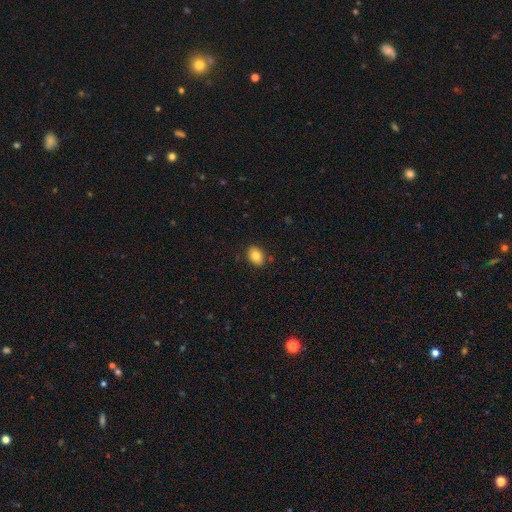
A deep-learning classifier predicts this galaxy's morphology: A smooth galaxy with no disk features (83%) that is in between round and cigar-shaped (69%).

Vote fractions:
- Smooth or featured? smooth: 83% / star or artifact: 9% / featured or disk: 8%
- How rounded? in between: 69% / round: 30% / cigar-shaped: 1%
- Merging? none: 85% / minor disturbance: 10% / major disturbance: 2% / merger: 2%